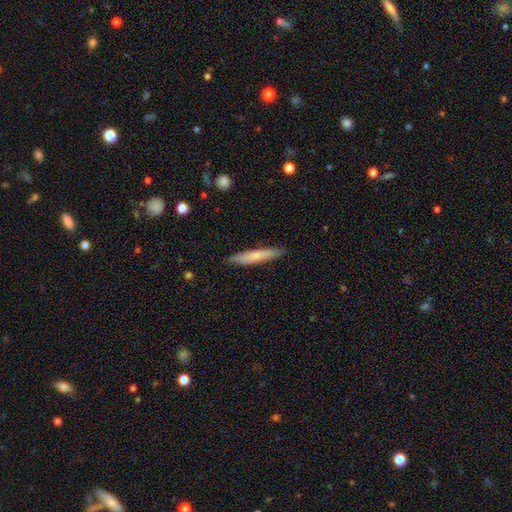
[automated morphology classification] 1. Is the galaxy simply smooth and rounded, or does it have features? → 68% smooth, 26% featured or disk, 6% star or artifact.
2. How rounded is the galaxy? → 92% cigar-shaped, 7% in between, 1% round.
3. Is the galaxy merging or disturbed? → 88% none, 9% minor disturbance, 2% major disturbance, 1% merger.